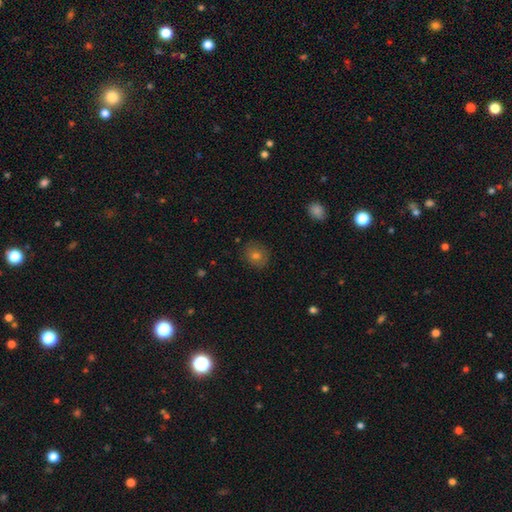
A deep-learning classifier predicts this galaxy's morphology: The model was most divided on "how rounded": round: 77%, in between: 22%, cigar-shaped: 1%. More confident: merging — none (86%); smooth or featured — smooth (71%).